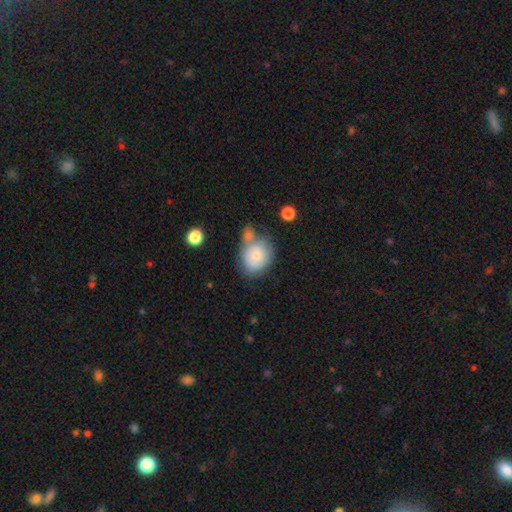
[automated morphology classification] smooth-or-featured: smooth: 76% | featured or disk: 17% | star or artifact: 8%
  how-rounded: round: 60% | in between: 39% | cigar-shaped: 1%
  merging: none: 39% | merger: 33% | minor disturbance: 20% | major disturbance: 9%